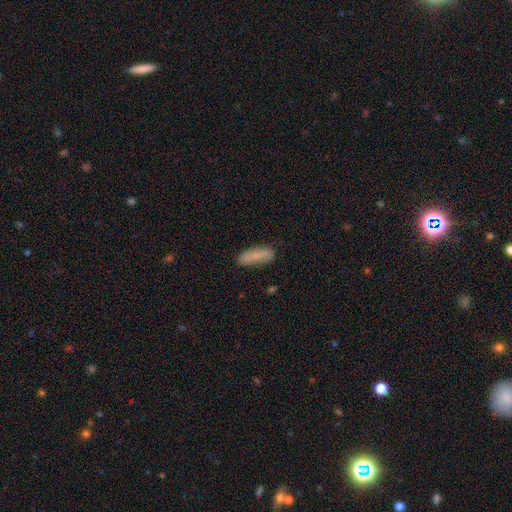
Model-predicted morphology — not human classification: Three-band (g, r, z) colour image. It shows a smooth galaxy with no disk features (79%) that is in between round and cigar-shaped (55%). Merging: none (77%).